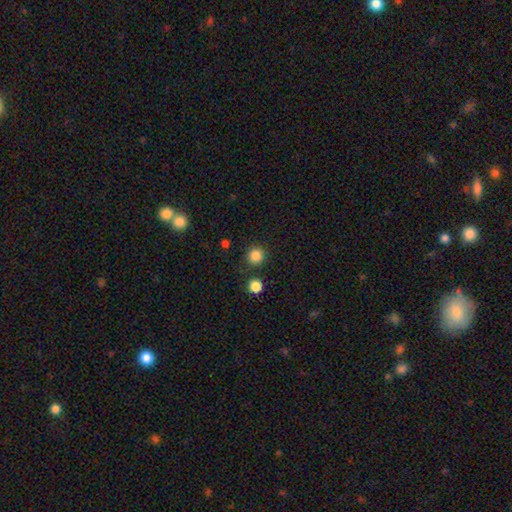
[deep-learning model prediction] The model was most divided on "smooth or featured": smooth: 85%, star or artifact: 12%, featured or disk: 4%. More confident: how rounded — round (95%); merging — none (88%).